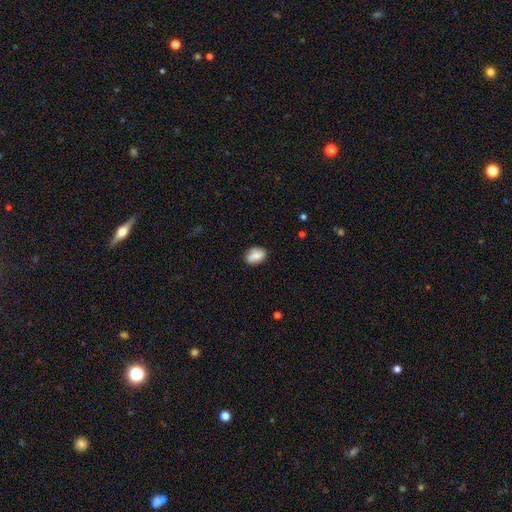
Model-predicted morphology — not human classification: Overall: smooth (70%). How rounded: in between (80%). Merging: none (78%).